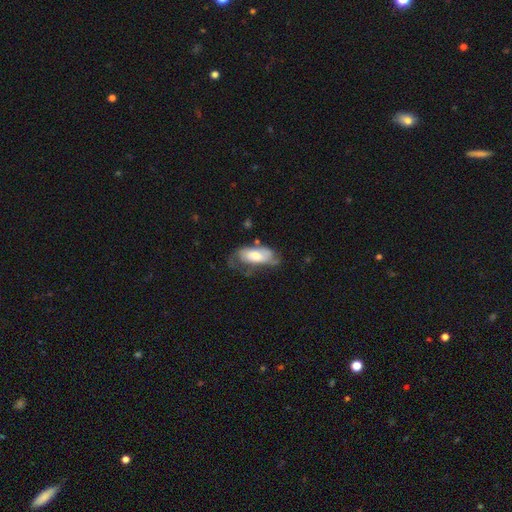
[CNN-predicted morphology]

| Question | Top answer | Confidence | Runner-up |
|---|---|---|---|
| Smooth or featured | smooth | 53% | featured or disk (41%) |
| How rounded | in between | 84% | cigar-shaped (13%) |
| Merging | none | 35% | major disturbance (31%) |